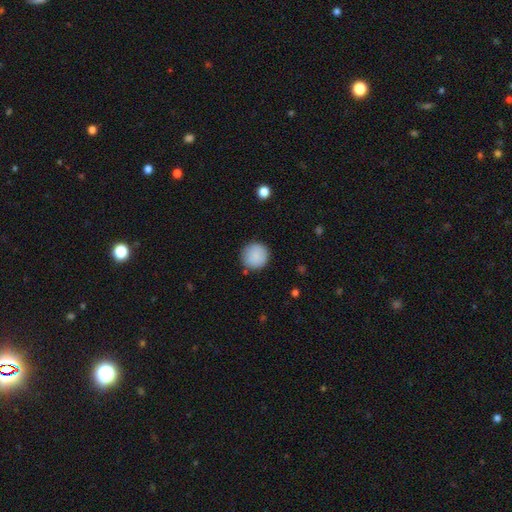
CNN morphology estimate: type=smooth (87%); roundness=round (95%); merging=none (86%).